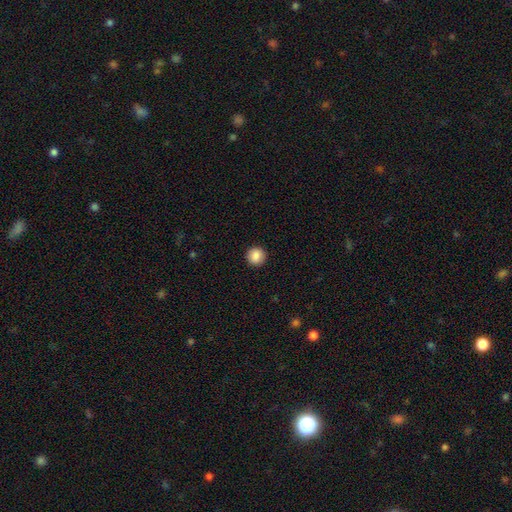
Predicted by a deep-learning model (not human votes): This is clearly a smooth galaxy (88%). How rounded: clearly round (94%). Merging: clearly none (92%).